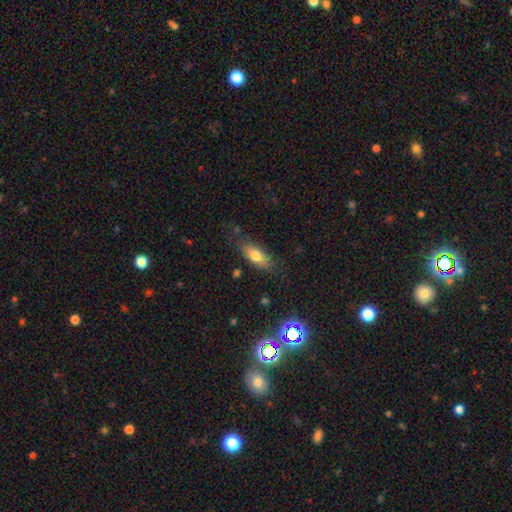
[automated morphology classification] A smooth galaxy with no disk features (73%) that is in between round and cigar-shaped (72%).

Vote fractions:
- Smooth or featured? smooth: 73% / featured or disk: 19% / star or artifact: 8%
- How rounded? in between: 72% / cigar-shaped: 25% / round: 3%
- Merging? none: 76% / minor disturbance: 17% / major disturbance: 5% / merger: 2%